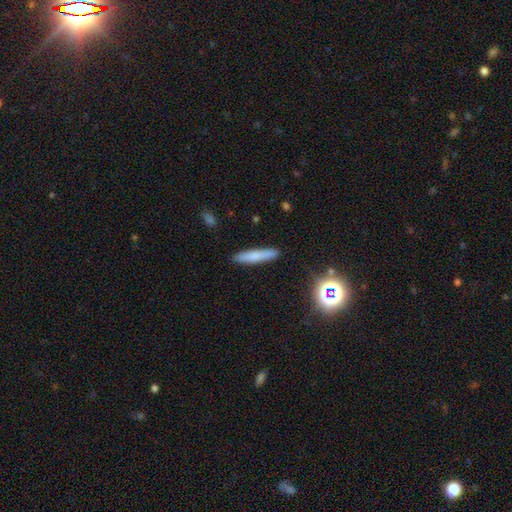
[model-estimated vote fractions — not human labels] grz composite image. It shows a smooth galaxy with no disk features (72%) that is cigar-shaped (90%). Merging: none (89%).